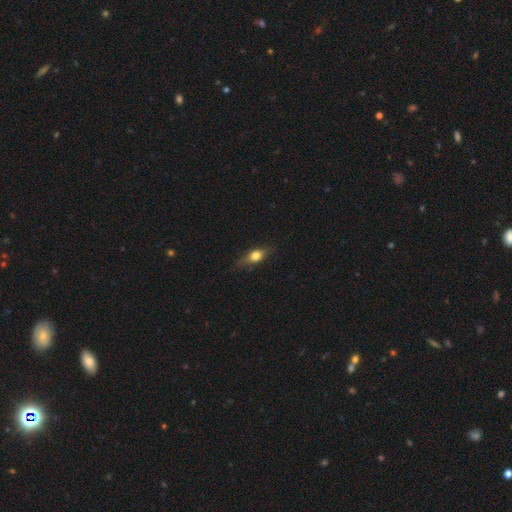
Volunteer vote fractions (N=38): Smooth or featured: smooth — 68% (featured or disk — 26%)
How rounded: in between — 65% (round — 19%)
Merging: none — 67% (minor disturbance — 22%)